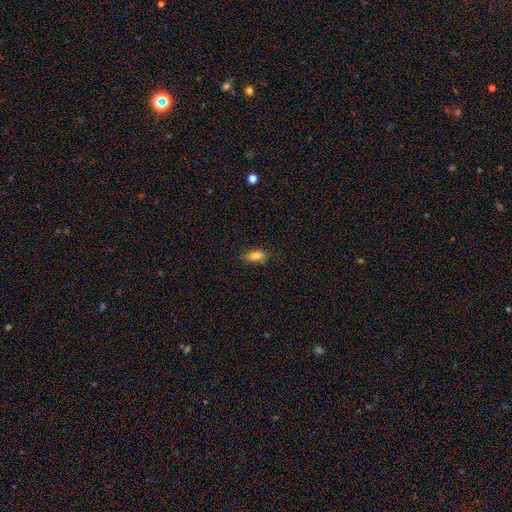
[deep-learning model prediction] A smooth galaxy with no disk features (82%) that is in between round and cigar-shaped (84%). Merging: none (79%).